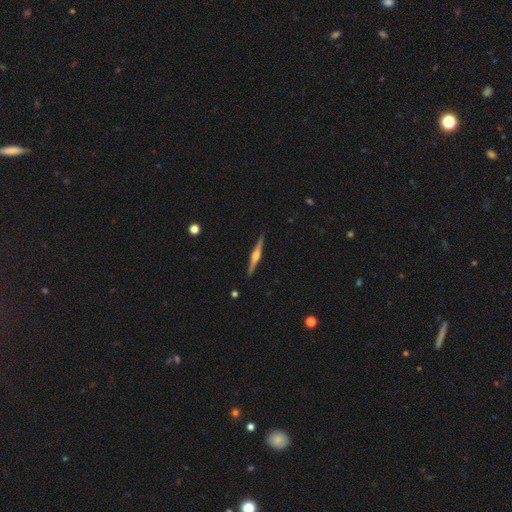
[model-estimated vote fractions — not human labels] A featured or disk galaxy (79%) viewed edge-on (99%) with a rounded central bulge (85%).

Vote fractions:
- Smooth or featured? featured or disk: 79% / smooth: 16% / star or artifact: 5%
- Edge-on disk? yes: 99% / no: 1%
- Edge-on bulge? rounded: 85% / boxy: 10% / none: 4%
- Merging? none: 92% / minor disturbance: 6% / major disturbance: 1% / merger: 1%